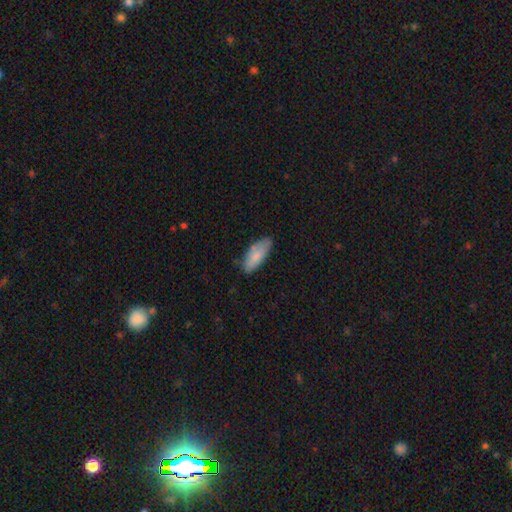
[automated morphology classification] smooth 82%, featured or disk 12%, star or artifact 6%. Down the decision tree: how rounded — in between (74%); merging — none (72%).